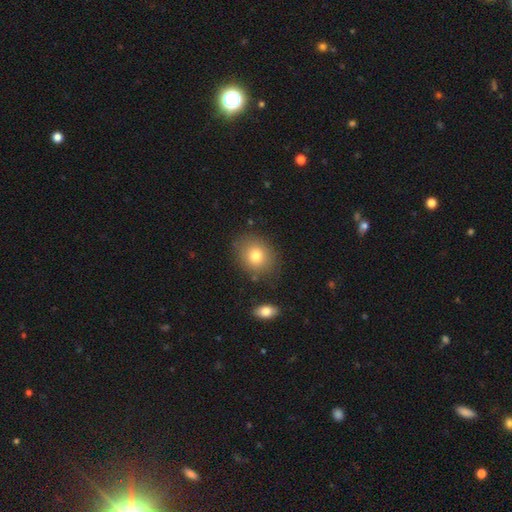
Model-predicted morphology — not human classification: Q: Smooth or featured?
A: smooth (78%); runner-up: featured or disk (11%)
Q: How rounded?
A: round (61%); runner-up: in between (38%)
Q: Merging?
A: none (81%); runner-up: minor disturbance (12%)